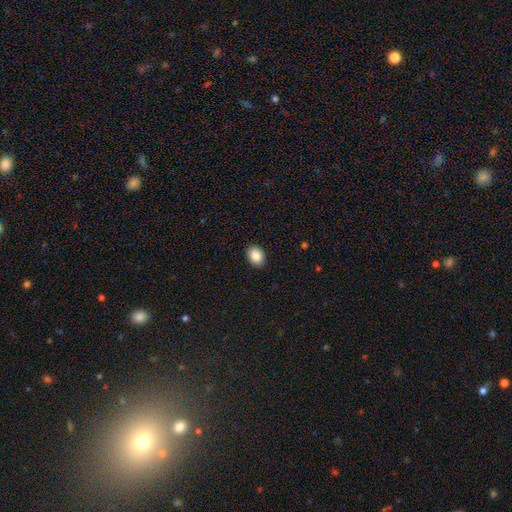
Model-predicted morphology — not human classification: Smooth or featured? smooth (88%)
How rounded? in between (62%)
Merging? none (91%)